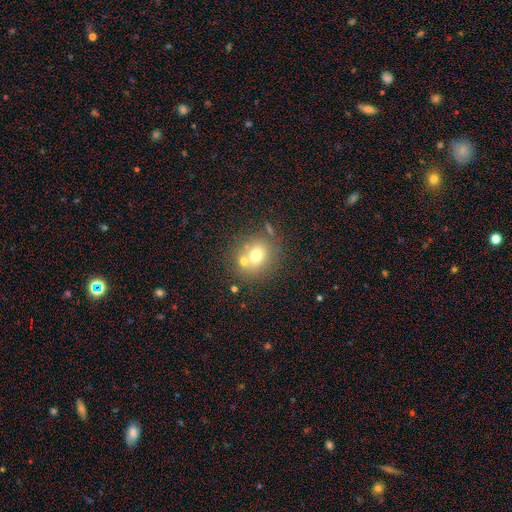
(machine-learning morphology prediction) smooth-or-featured: smooth: 67% | featured or disk: 19% | star or artifact: 14%
  how-rounded: round: 76% | in between: 23% | cigar-shaped: 1%
  merging: none: 58% | merger: 27% | minor disturbance: 11% | major disturbance: 4%